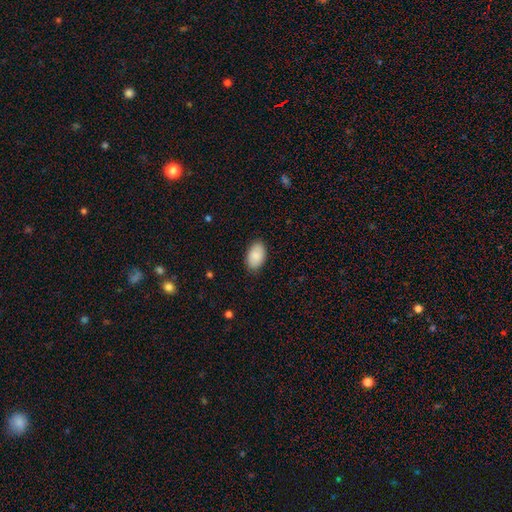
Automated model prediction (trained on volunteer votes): The model was most divided on "merging": none: 86%, minor disturbance: 11%, major disturbance: 2%, merger: 1%. More confident: how rounded — in between (93%); smooth or featured — smooth (88%).